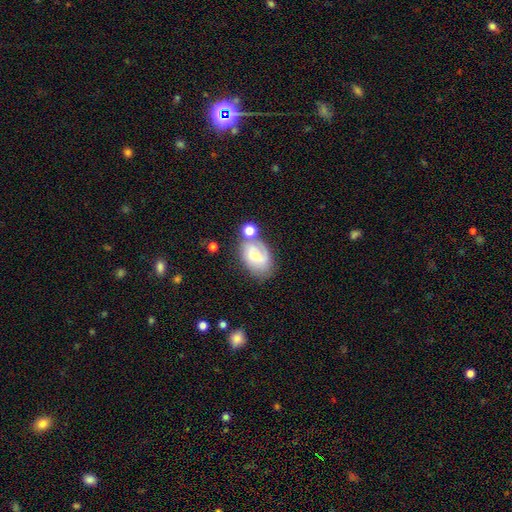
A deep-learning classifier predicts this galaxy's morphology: Smooth or featured? featured or disk (54%)
Edge-on disk? no (95%)
Bar? no (53%)
Spiral arms? yes (78%)
Bulge size? small (54%)
Merging? none (52%)